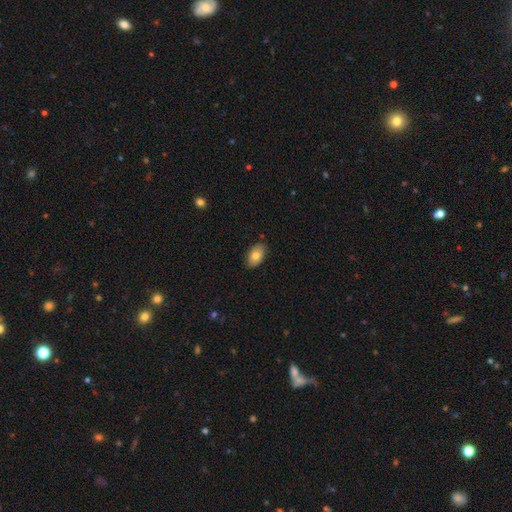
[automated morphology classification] smooth_or_featured: smooth (p=0.79) [alt: featured or disk p=0.14]
how_rounded: in between (p=0.93) [alt: round p=0.05]
merging: none (p=0.86) [alt: minor disturbance p=0.11]